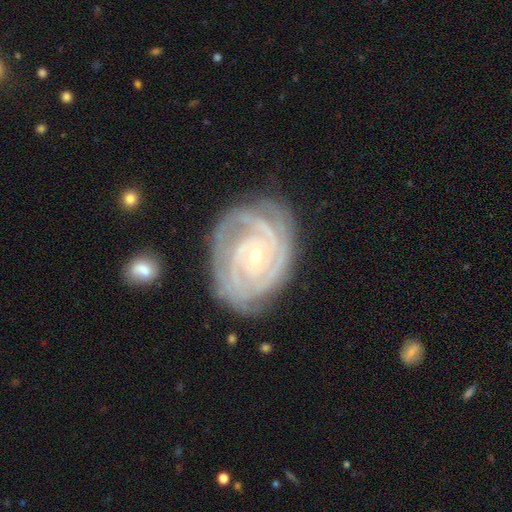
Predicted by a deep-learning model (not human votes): The model was most divided on "spiral arm count": 3: 29%, 2: 21%, can't tell: 19%, 4: 18%, more than 4: 7%, 1: 6%. More confident: spiral arms — yes (98%); edge-on disk — no (97%); smooth or featured — featured or disk (91%); spiral winding — tight (81%); bulge size — small (75%); merging — none (73%); bar — no (66%).